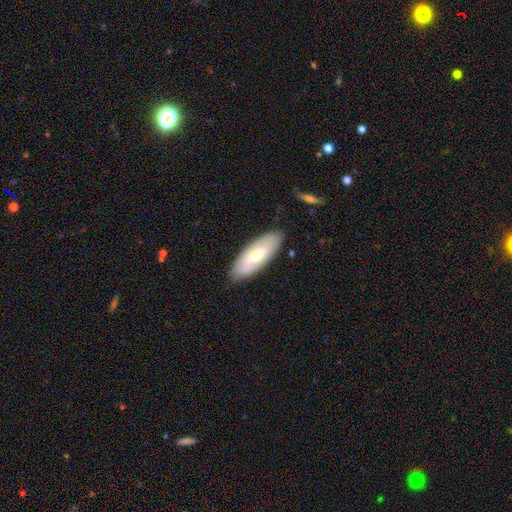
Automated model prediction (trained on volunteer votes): smooth 50%, featured or disk 45%, star or artifact 5%. Down the decision tree: how rounded — in between (76%); merging — none (86%).